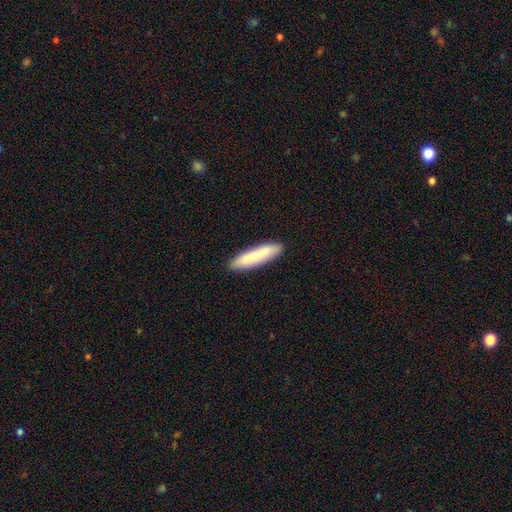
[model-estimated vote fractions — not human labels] Smooth or featured: smooth — 82% (featured or disk — 12%)
How rounded: cigar-shaped — 84% (in between — 15%)
Merging: none — 89% (minor disturbance — 8%)